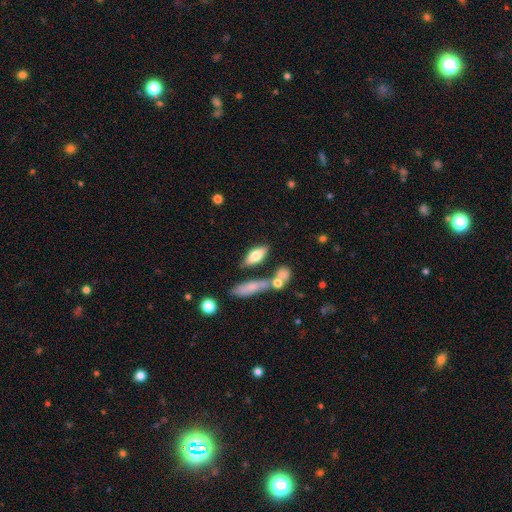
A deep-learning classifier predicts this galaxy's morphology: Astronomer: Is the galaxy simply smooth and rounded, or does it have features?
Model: smooth — 70%.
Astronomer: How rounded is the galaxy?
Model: in between — 71%.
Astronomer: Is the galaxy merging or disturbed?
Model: none — 65%.